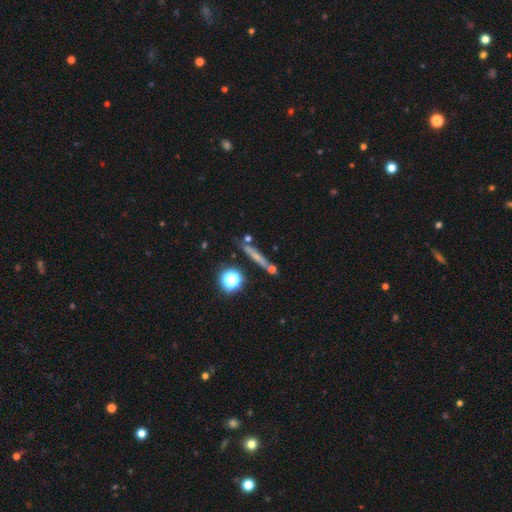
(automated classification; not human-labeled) Morphology: type=smooth (53%); roundness=cigar-shaped (82%); merging=none (73%).